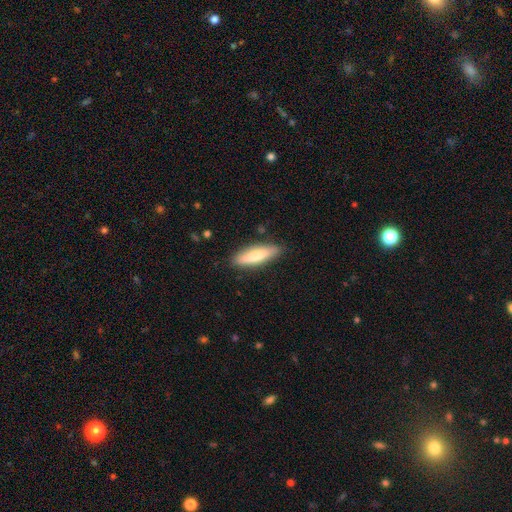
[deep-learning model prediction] Smooth or featured: smooth — 64% (featured or disk — 30%)
How rounded: cigar-shaped — 62% (in between — 36%)
Merging: none — 86% (minor disturbance — 10%)